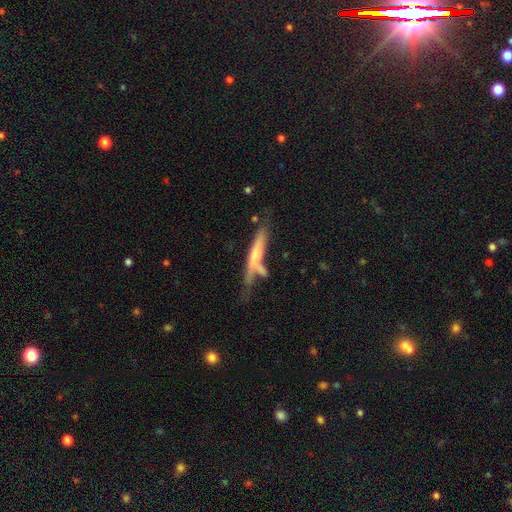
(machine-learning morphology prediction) smooth_or_featured: smooth (p=0.48) [alt: featured or disk p=0.44]
merging: none (p=0.39) [alt: merger p=0.26]